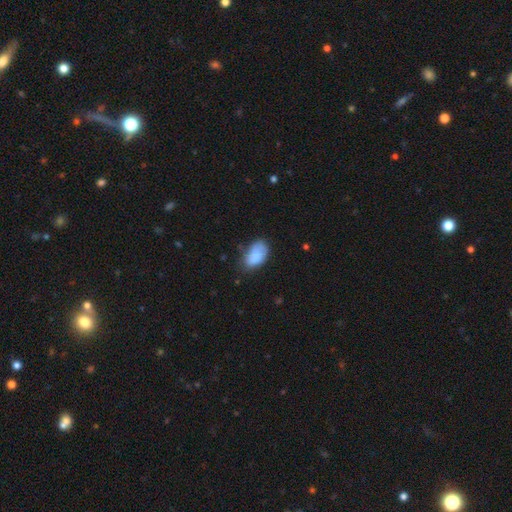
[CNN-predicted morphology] smooth 84%, featured or disk 9%, star or artifact 7%. Down the decision tree: how rounded — in between (92%); merging — none (55%).